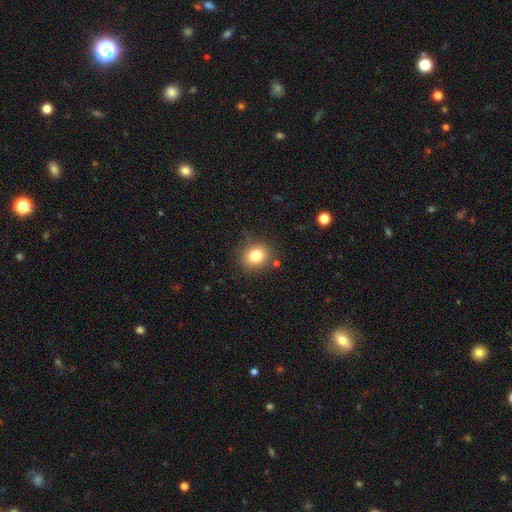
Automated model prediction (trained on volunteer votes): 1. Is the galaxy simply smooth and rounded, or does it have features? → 81% smooth, 11% star or artifact, 8% featured or disk.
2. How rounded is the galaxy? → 67% round, 32% in between, 1% cigar-shaped.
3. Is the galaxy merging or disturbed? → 84% none, 10% minor disturbance, 3% major disturbance, 3% merger.